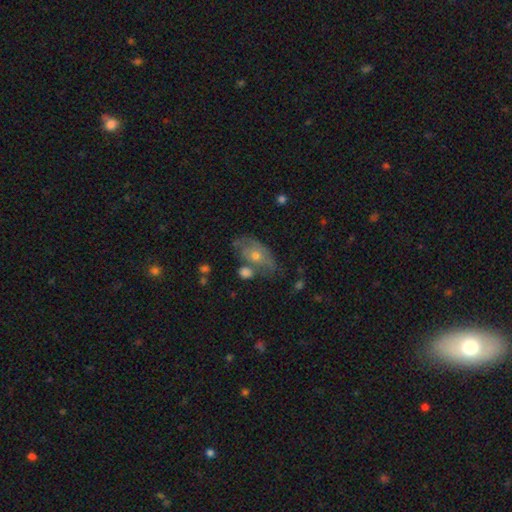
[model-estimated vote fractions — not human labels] smooth_or_featured: smooth (p=0.47) [alt: featured or disk p=0.44]
merging: none (p=0.48) [alt: minor disturbance p=0.25]